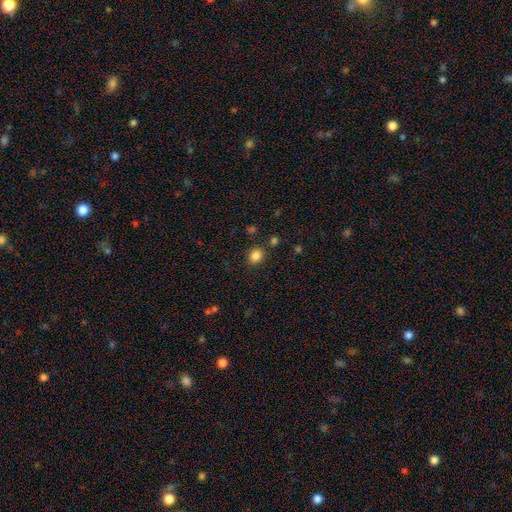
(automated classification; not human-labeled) Smooth or featured: smooth — 85% (star or artifact — 11%)
How rounded: round — 63% (in between — 36%)
Merging: none — 84% (minor disturbance — 9%)